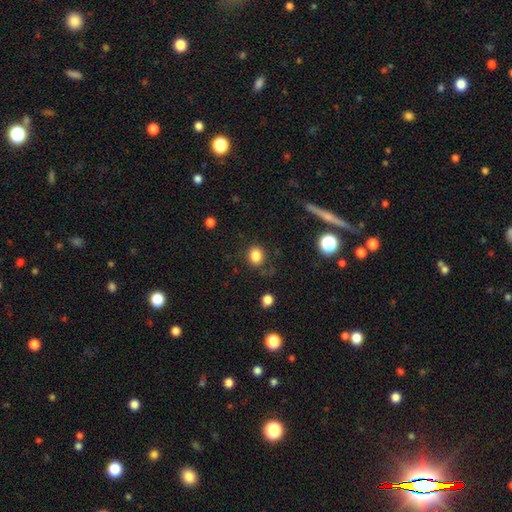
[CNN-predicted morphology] smooth_or_featured: smooth (p=0.83) [alt: star or artifact p=0.12]
how_rounded: round (p=0.62) [alt: in between p=0.37]
merging: none (p=0.79) [alt: minor disturbance p=0.13]